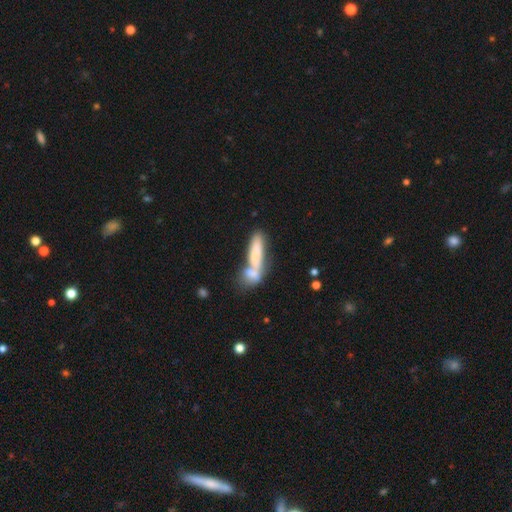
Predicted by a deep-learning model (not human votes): A smooth galaxy with no disk features (71%) that is cigar-shaped (64%).

Vote fractions:
- Smooth or featured? smooth: 71% / featured or disk: 21% / star or artifact: 7%
- How rounded? cigar-shaped: 64% / in between: 33% / round: 3%
- Merging? merger: 55% / none: 29% / minor disturbance: 11% / major disturbance: 6%